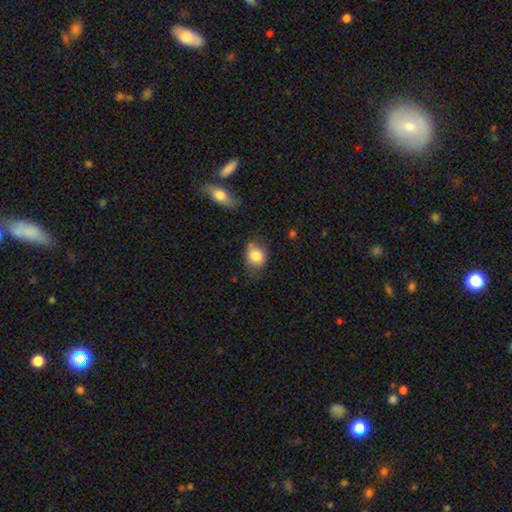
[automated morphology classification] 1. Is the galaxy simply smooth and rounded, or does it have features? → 83% smooth, 9% featured or disk, 9% star or artifact.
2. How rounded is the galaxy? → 52% round, 46% in between, 1% cigar-shaped.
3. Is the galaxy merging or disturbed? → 58% none, 29% minor disturbance, 8% major disturbance, 4% merger.